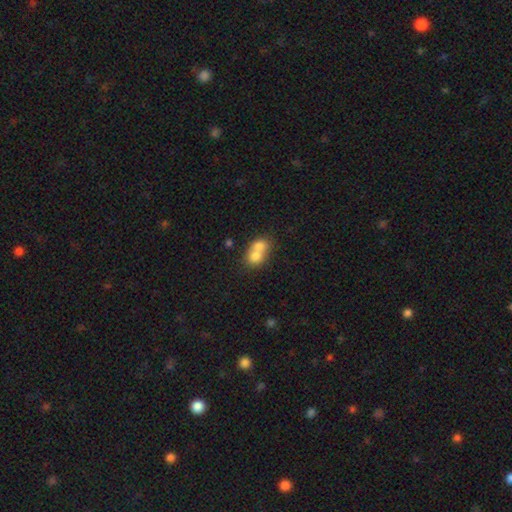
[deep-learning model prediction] The model was most divided on "how rounded": round: 60%, in between: 39%, cigar-shaped: 1%. More confident: merging — merger (72%); smooth or featured — smooth (72%).